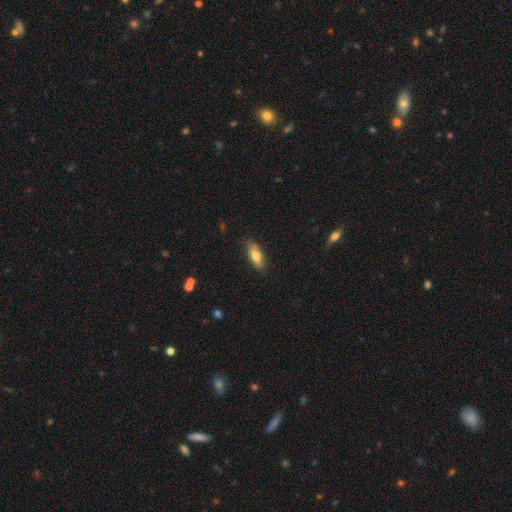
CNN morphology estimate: smooth-or-featured: smooth: 70% | featured or disk: 24% | star or artifact: 7%
  how-rounded: in between: 65% | cigar-shaped: 32% | round: 3%
  merging: none: 82% | minor disturbance: 14% | major disturbance: 3% | merger: 1%